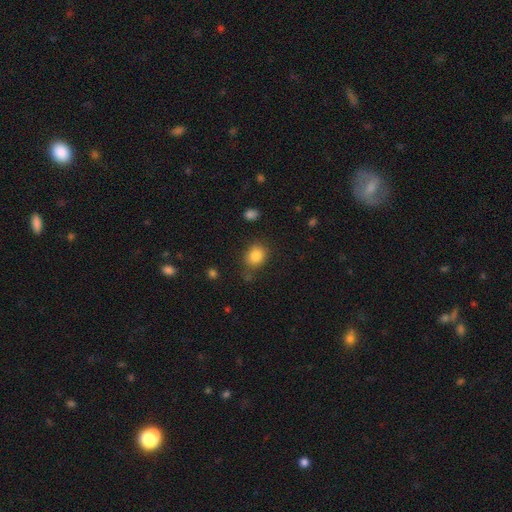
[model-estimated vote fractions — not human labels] This appears to be a smooth galaxy with no disk features (84%) that is round (62%). Merging: none (77%).